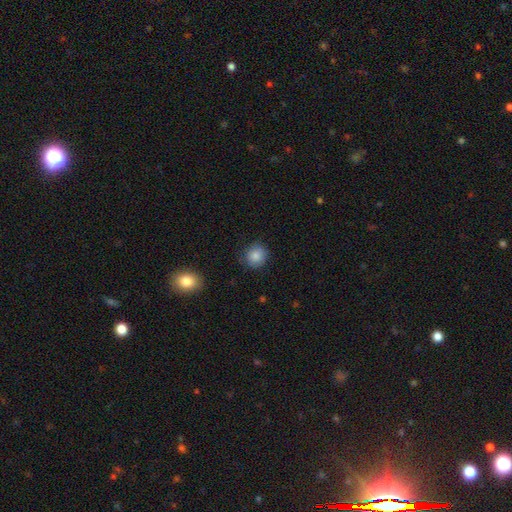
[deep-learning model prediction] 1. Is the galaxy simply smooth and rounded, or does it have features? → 86% smooth, 9% star or artifact, 5% featured or disk.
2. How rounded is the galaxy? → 87% round, 12% in between, 1% cigar-shaped.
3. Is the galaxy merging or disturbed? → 84% none, 12% minor disturbance, 3% major disturbance, 1% merger.